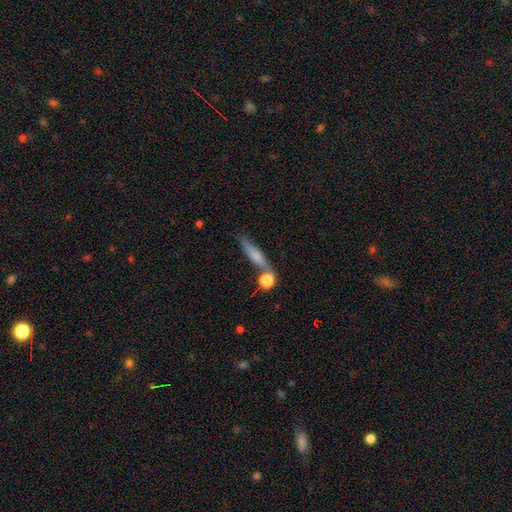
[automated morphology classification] Smooth or featured?
  - smooth: 58% *
  - featured or disk: 33%
  - star or artifact: 9%
How rounded?
  - cigar-shaped: 77% *
  - in between: 17%
  - round: 6%
Merging?
  - none: 64% *
  - merger: 16%
  - minor disturbance: 14%
  - major disturbance: 5%